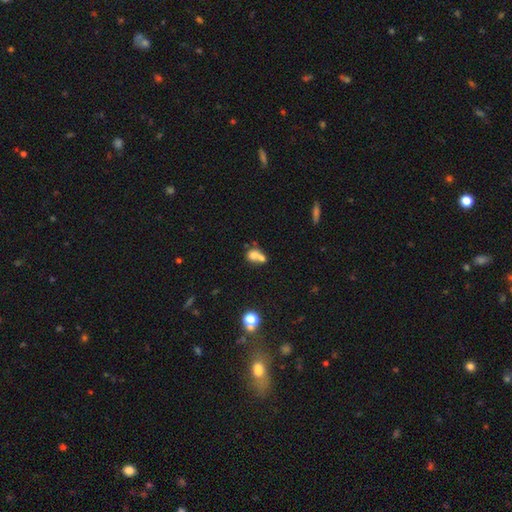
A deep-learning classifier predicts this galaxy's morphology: A smooth galaxy with no disk features (70%) that is round (65%). Merging: merger (62%).